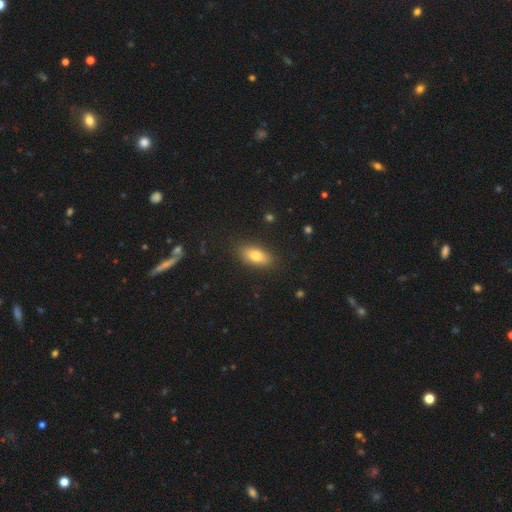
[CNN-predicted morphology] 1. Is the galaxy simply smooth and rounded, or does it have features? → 77% smooth, 14% featured or disk, 8% star or artifact.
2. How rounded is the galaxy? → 82% in between, 13% cigar-shaped, 4% round.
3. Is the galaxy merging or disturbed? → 86% none, 10% minor disturbance, 2% major disturbance, 1% merger.